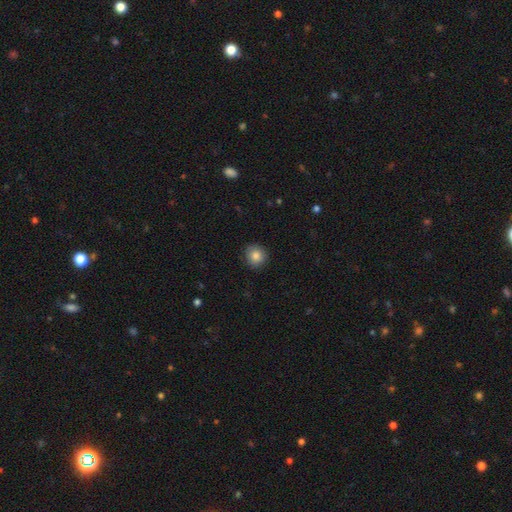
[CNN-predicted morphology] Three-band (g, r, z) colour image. It shows a smooth galaxy with no disk features (85%) that is round (90%). Merging: none (88%).